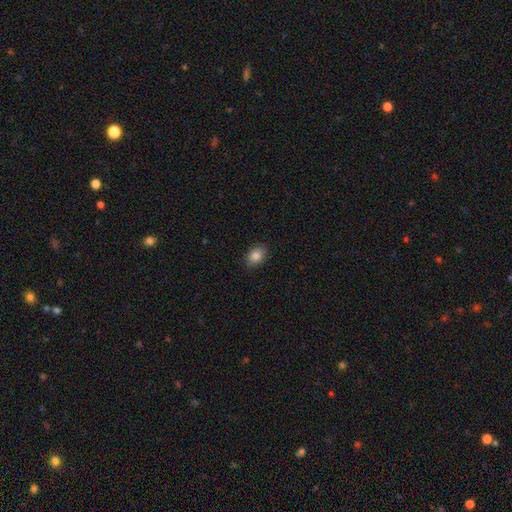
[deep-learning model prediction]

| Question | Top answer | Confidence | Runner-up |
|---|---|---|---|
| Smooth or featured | smooth | 86% | star or artifact (9%) |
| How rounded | in between | 76% | round (23%) |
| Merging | none | 87% | minor disturbance (10%) |